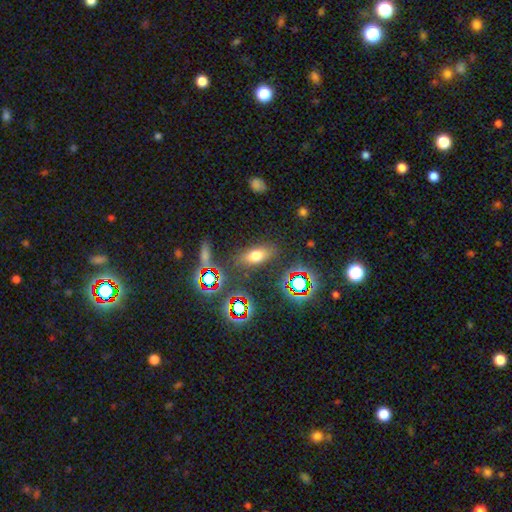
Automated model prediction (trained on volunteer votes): Smooth or featured: smooth — 64% (star or artifact — 22%)
How rounded: in between — 77% (cigar-shaped — 12%)
Merging: none — 82% (minor disturbance — 11%)